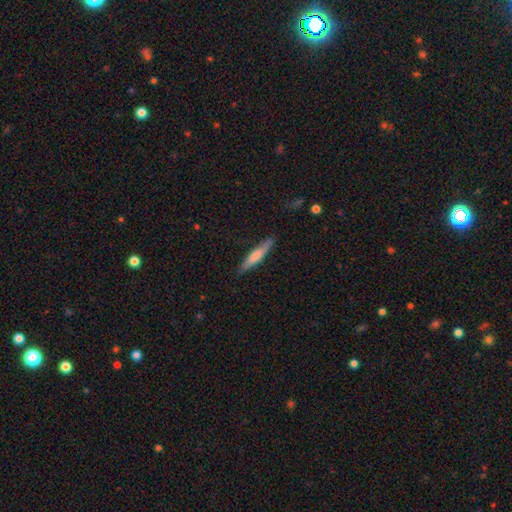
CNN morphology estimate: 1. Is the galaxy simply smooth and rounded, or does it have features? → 54% smooth, 41% featured or disk, 6% star or artifact.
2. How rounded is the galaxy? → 91% cigar-shaped, 8% in between, 1% round.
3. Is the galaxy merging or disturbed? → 85% none, 11% minor disturbance, 2% major disturbance, 1% merger.